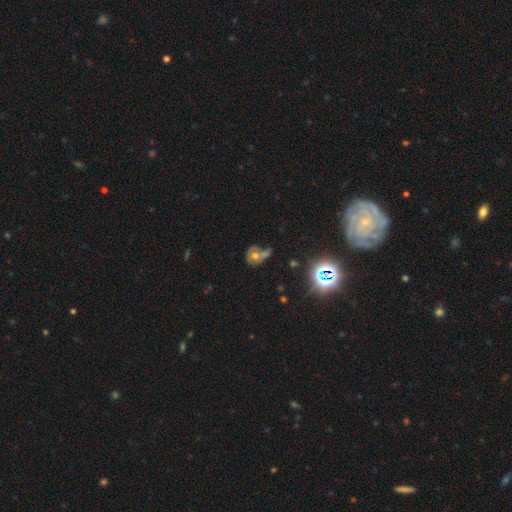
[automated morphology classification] Smooth or featured? smooth (44%)
Merging? merger (33%)